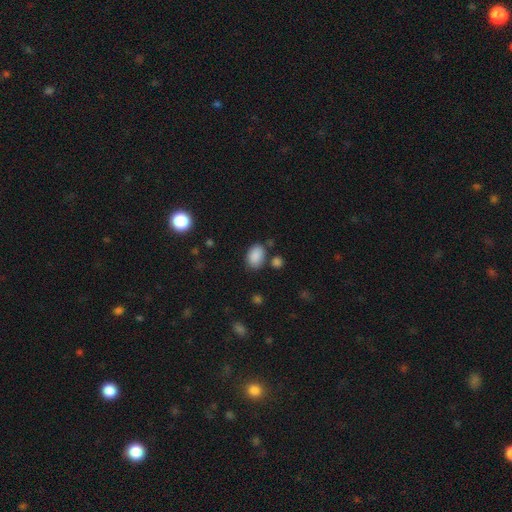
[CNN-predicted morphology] smooth-or-featured: smooth: 87% | star or artifact: 9% | featured or disk: 4%
  how-rounded: in between: 85% | round: 14% | cigar-shaped: 1%
  merging: none: 74% | minor disturbance: 15% | merger: 7% | major disturbance: 4%